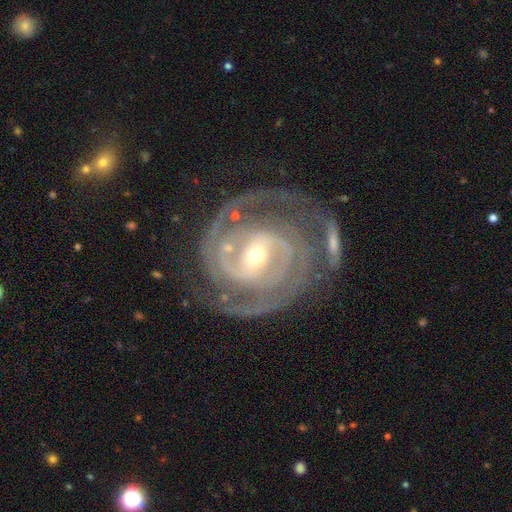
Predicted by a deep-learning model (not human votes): Smooth or featured: featured or disk — 92% (star or artifact — 5%)
Edge-on disk: no — 97% (yes — 3%)
Bar: weak — 42% (strong — 36%)
Spiral arms: yes — 98% (no — 2%)
Spiral winding: tight — 68% (medium — 28%)
Spiral arm count: 2 — 64% (3 — 16%)
Bulge size: small — 54% (moderate — 43%)
Merging: none — 67% (minor disturbance — 16%)